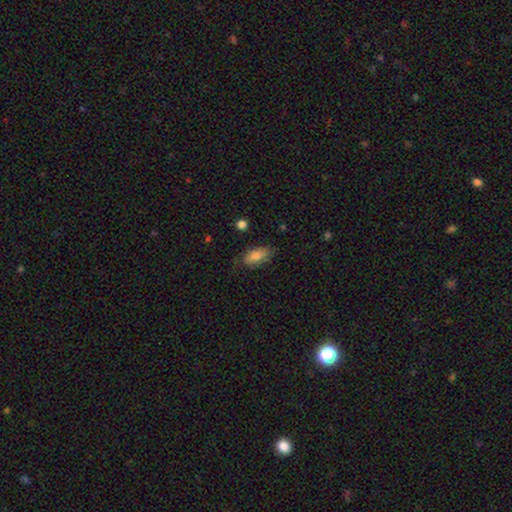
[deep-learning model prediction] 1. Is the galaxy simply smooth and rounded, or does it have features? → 81% smooth, 12% featured or disk, 8% star or artifact.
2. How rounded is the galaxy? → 87% in between, 10% cigar-shaped, 3% round.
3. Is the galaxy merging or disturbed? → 74% none, 20% minor disturbance, 4% major disturbance, 2% merger.